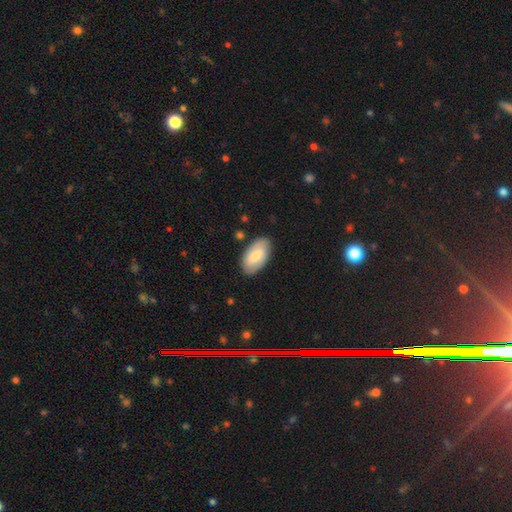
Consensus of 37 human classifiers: Smooth or featured? 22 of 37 (59%) said smooth. How rounded? 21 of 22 (95%) said in between. Merging? 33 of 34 (97%) said none.